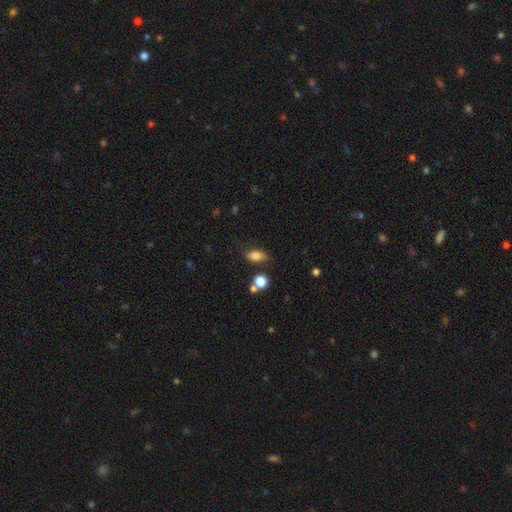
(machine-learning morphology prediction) smooth_or_featured: smooth (p=0.79) [alt: featured or disk p=0.11]
how_rounded: in between (p=0.81) [alt: round p=0.10]
merging: none (p=0.69) [alt: minor disturbance p=0.19]